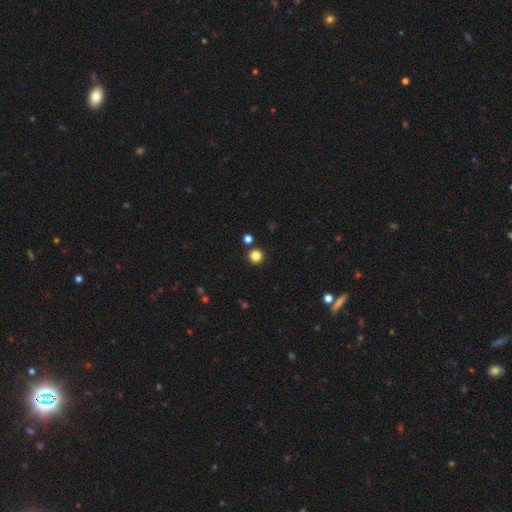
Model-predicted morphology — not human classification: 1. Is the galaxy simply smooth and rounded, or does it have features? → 84% smooth, 13% star or artifact, 4% featured or disk.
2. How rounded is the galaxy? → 95% round, 4% in between, 1% cigar-shaped.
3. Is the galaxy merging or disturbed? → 89% none, 5% minor disturbance, 4% merger, 2% major disturbance.